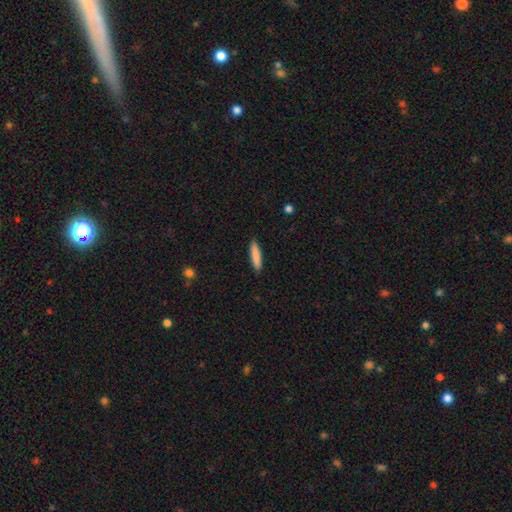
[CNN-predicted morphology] This is clearly a smooth galaxy (85%). How rounded: clearly cigar-shaped (83%). Merging: clearly none (90%).